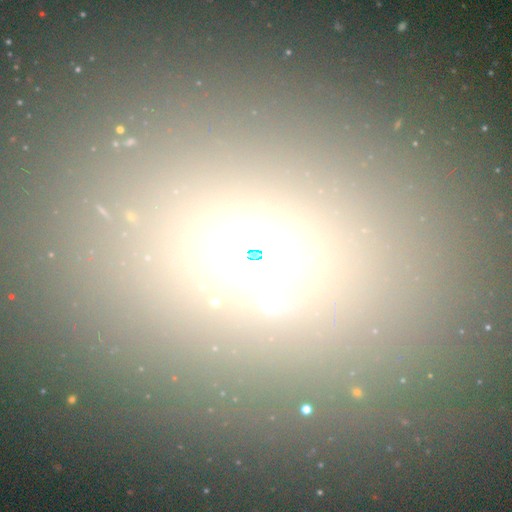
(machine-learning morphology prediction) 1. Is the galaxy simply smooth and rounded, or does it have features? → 56% smooth, 29% star or artifact, 15% featured or disk.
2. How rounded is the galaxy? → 54% in between, 42% round, 4% cigar-shaped.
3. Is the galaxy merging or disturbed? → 80% none, 10% minor disturbance, 6% major disturbance, 4% merger.